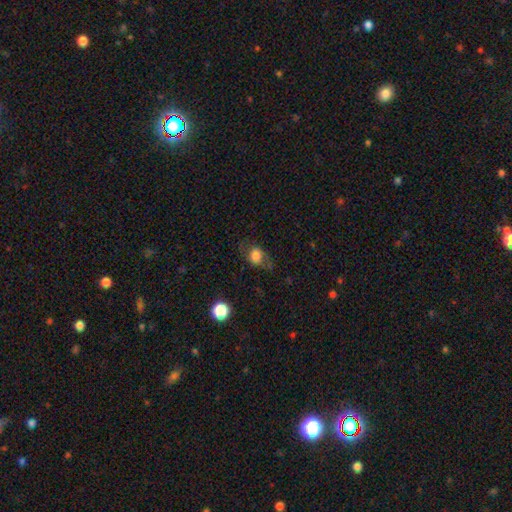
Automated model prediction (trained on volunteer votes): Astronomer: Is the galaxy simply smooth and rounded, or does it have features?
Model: smooth — 71%.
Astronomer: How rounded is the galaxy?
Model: in between — 57% (runner-up: round, 41%).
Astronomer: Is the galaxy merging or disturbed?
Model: none — 58%.